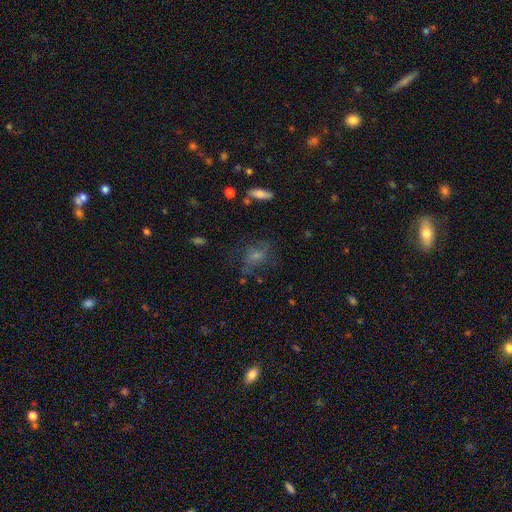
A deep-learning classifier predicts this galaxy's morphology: Smooth or featured?
  - smooth: 46% *
  - featured or disk: 37%
  - star or artifact: 16%
Merging?
  - none: 49% *
  - major disturbance: 24%
  - minor disturbance: 23%
  - merger: 4%